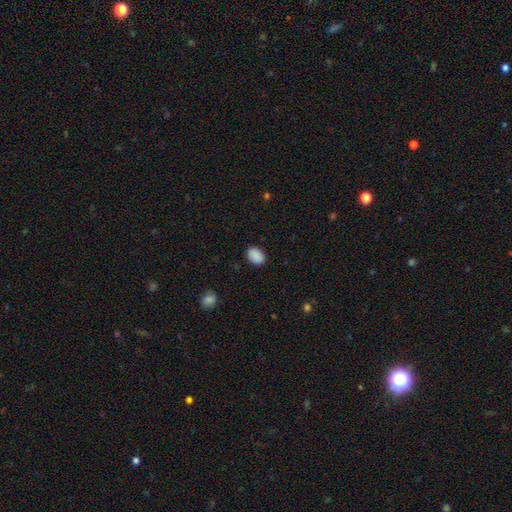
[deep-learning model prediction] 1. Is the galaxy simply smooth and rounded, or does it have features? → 89% smooth, 8% star or artifact, 3% featured or disk.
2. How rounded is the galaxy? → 79% in between, 20% round, 1% cigar-shaped.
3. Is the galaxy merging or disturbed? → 85% none, 11% minor disturbance, 2% major disturbance, 1% merger.